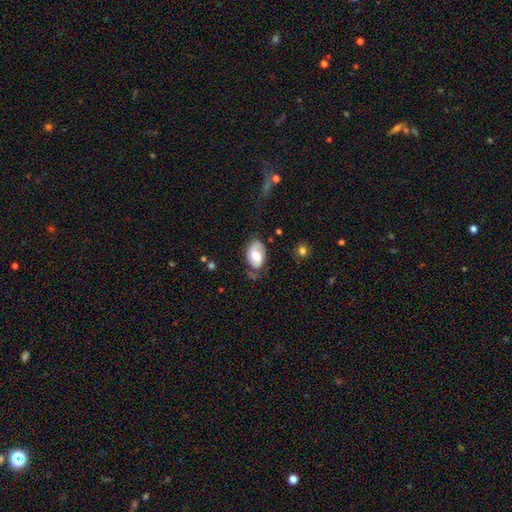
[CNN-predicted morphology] type=featured or disk (47%); merging=none (57%).